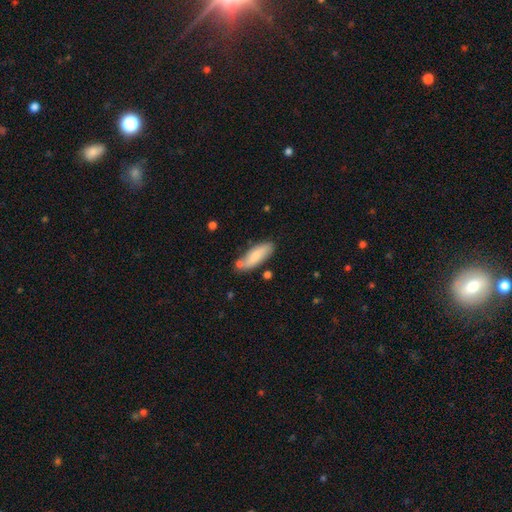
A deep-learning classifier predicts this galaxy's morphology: Smooth or featured?
  - smooth: 75% *
  - featured or disk: 19%
  - star or artifact: 6%
How rounded?
  - in between: 58% *
  - cigar-shaped: 40%
  - round: 2%
Merging?
  - none: 70% *
  - minor disturbance: 17%
  - merger: 9%
  - major disturbance: 4%